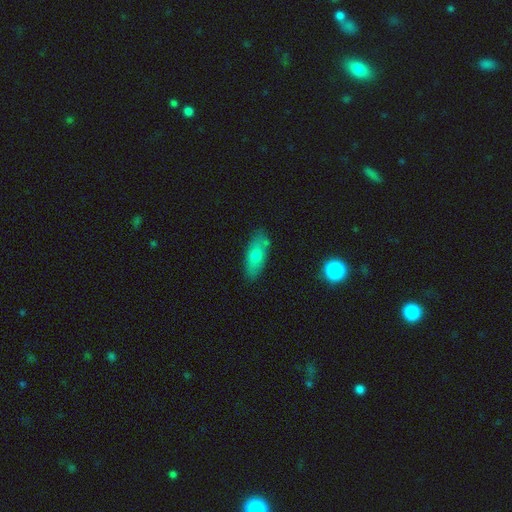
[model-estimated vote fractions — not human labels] Smooth or featured? Predicted: smooth (p=0.66). How rounded? Predicted: in between (p=0.75). Merging? Predicted: none (p=0.79).